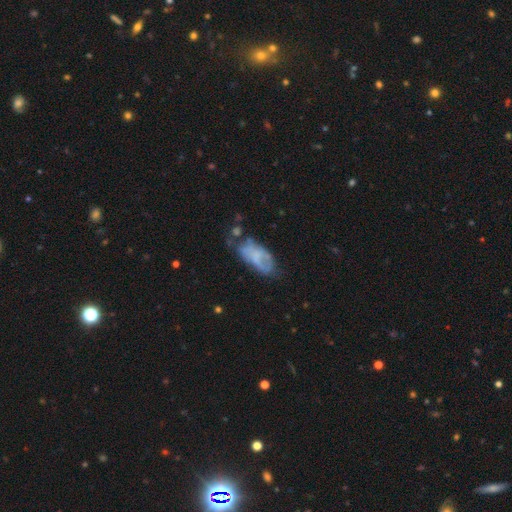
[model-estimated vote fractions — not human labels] Smooth or featured: smooth — 46% (featured or disk — 45%)
Merging: none — 38% (minor disturbance — 31%)